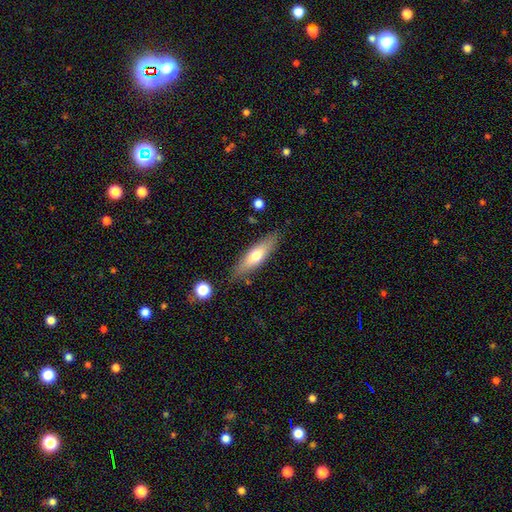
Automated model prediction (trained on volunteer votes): This is possibly a smooth galaxy (59%). How rounded: likely cigar-shaped (64%). Merging: clearly none (83%).